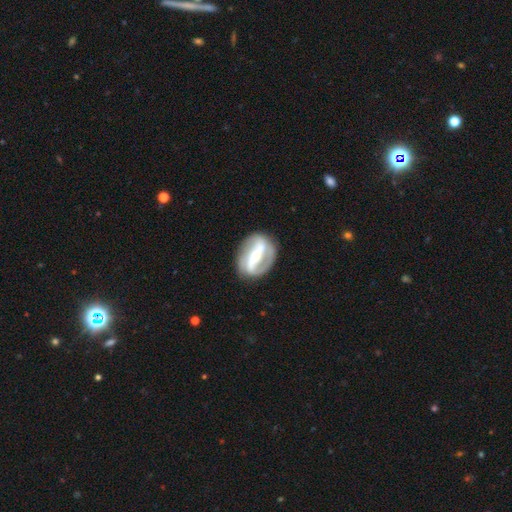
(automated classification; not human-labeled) smooth_or_featured: featured or disk (p=0.82) [alt: smooth p=0.14]
disk_edge_on: no (p=0.93) [alt: yes p=0.07]
bar: strong (p=0.70) [alt: weak p=0.17]
has_spiral_arms: yes (p=0.74) [alt: no p=0.26]
spiral_winding: medium (p=0.39) [alt: tight p=0.34]
spiral_arm_count: 2 (p=0.81) [alt: can't tell p=0.09]
bulge_size: small (p=0.48) [alt: moderate p=0.47]
merging: none (p=0.76) [alt: minor disturbance p=0.14]